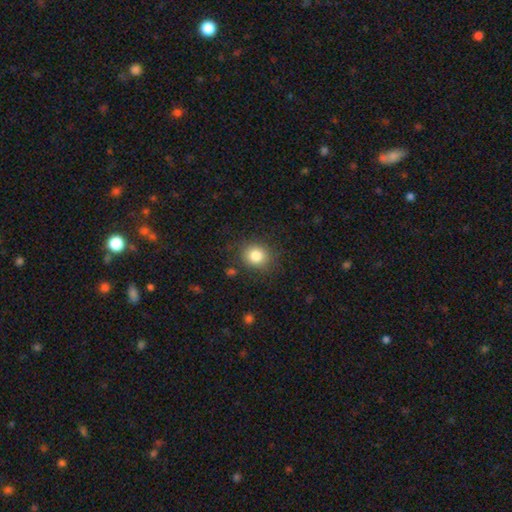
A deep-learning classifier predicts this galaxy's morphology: type=smooth (82%); roundness=round (75%); merging=none (84%).